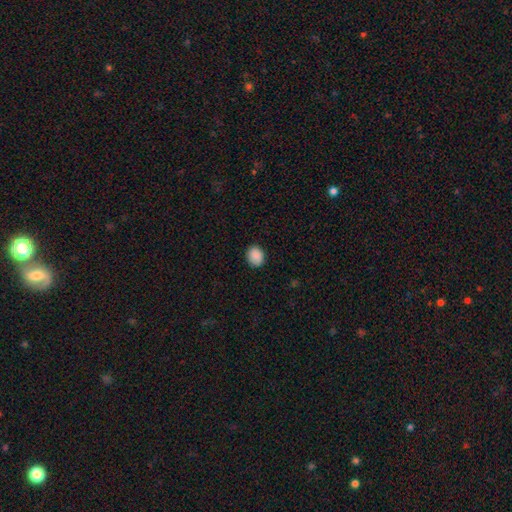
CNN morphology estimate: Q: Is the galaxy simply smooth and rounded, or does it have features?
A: smooth — 89%.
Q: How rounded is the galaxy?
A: round — 59%.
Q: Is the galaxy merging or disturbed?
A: none — 86%.